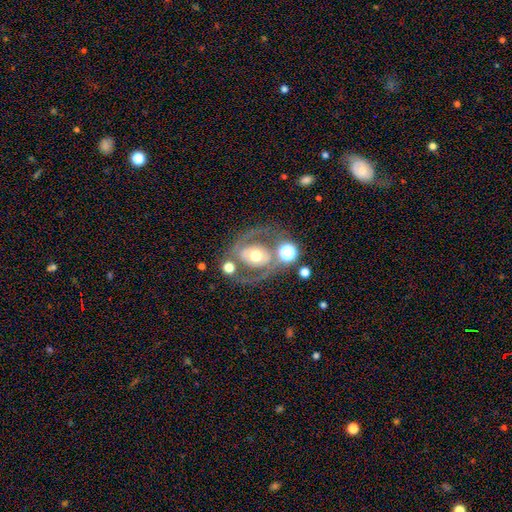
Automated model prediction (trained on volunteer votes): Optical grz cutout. It shows a featured or disk galaxy (72%) with no bar (64%), spiral arms (67%) and a moderate central bulge (67%). Merging: none (62%).